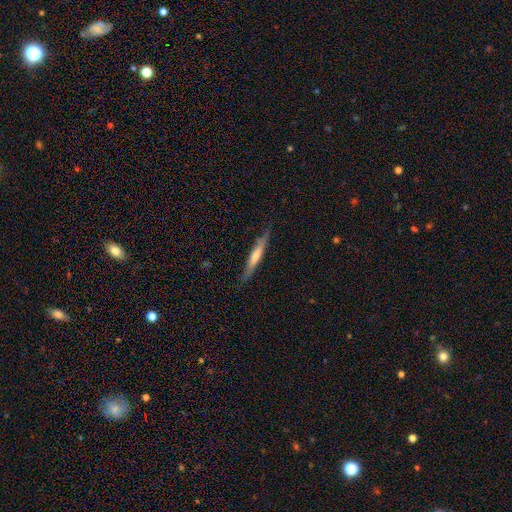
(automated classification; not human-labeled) Smooth or featured: featured or disk — 52% (smooth — 43%)
Edge-on disk: yes — 95% (no — 5%)
Merging: none — 83% (minor disturbance — 13%)